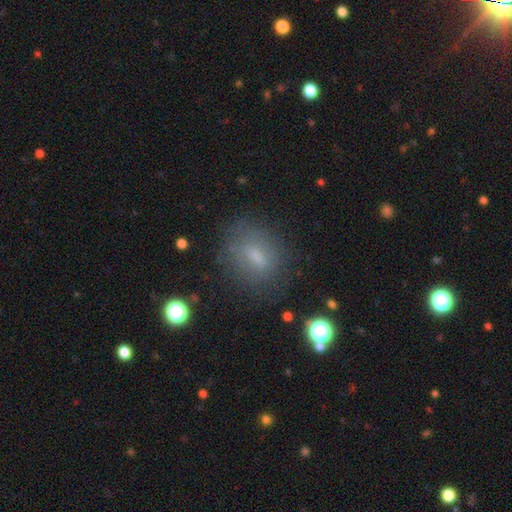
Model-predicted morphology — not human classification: Smooth or featured: smooth — 62% (featured or disk — 24%)
How rounded: in between — 64% (round — 29%)
Merging: none — 75% (minor disturbance — 15%)